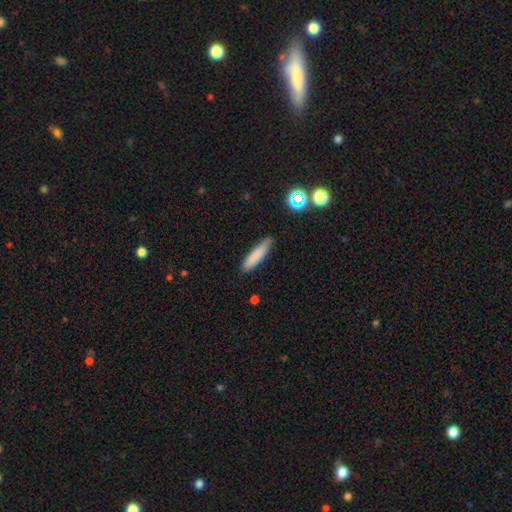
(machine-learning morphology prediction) Smooth or featured? smooth (80%)
How rounded? cigar-shaped (84%)
Merging? none (82%)